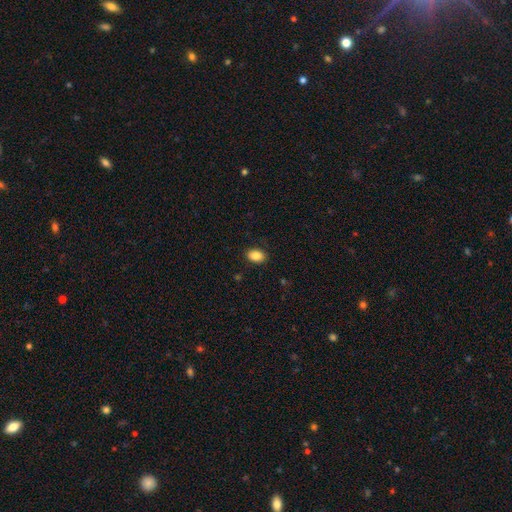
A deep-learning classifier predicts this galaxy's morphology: The model was most divided on "how rounded": in between: 85%, round: 14%, cigar-shaped: 1%. More confident: merging — none (88%); smooth or featured — smooth (87%).